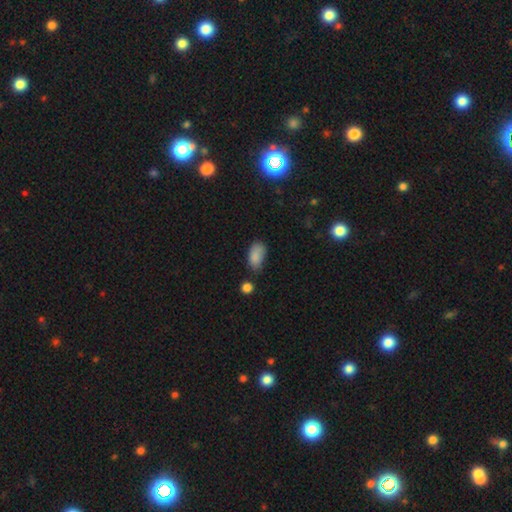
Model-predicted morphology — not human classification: Overall: smooth (85%). How rounded: in between (91%). Merging: none (50%; minor disturbance 35%).